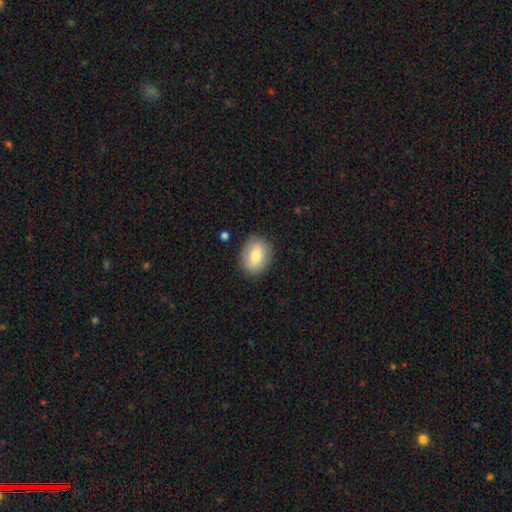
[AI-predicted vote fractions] Q: Smooth or featured?
A: smooth (79%); runner-up: featured or disk (14%)
Q: How rounded?
A: in between (58%); runner-up: round (41%)
Q: Merging?
A: none (86%); runner-up: minor disturbance (10%)